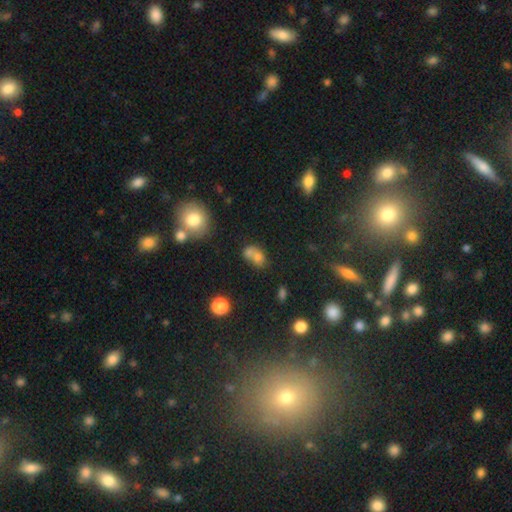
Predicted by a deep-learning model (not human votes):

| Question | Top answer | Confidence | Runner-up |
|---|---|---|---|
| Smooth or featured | smooth | 68% | featured or disk (17%) |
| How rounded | in between | 54% | round (44%) |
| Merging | merger | 60% | none (26%) |